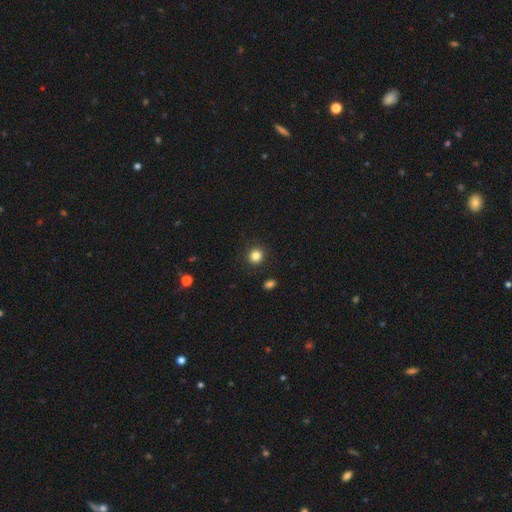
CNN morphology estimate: Smooth or featured? smooth (84%)
How rounded? round (90%)
Merging? none (91%)